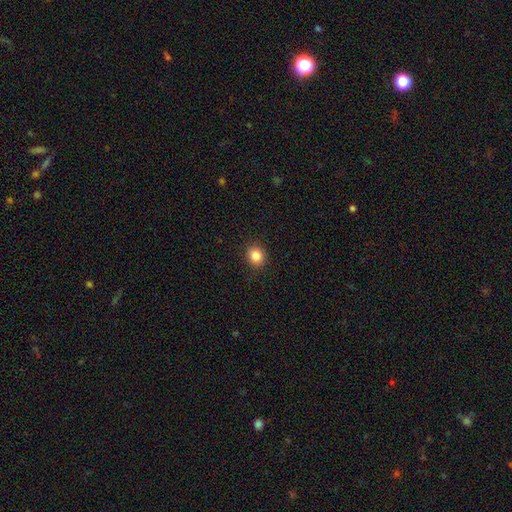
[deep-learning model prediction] smooth_or_featured: smooth (p=0.85) [alt: star or artifact p=0.10]
how_rounded: round (p=0.76) [alt: in between p=0.23]
merging: none (p=0.89) [alt: minor disturbance p=0.07]